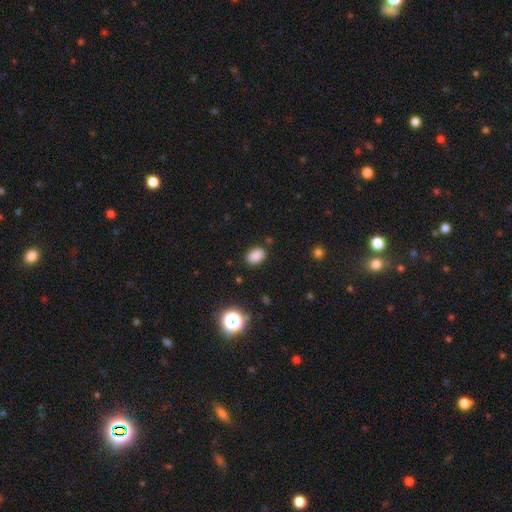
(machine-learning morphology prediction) smooth_or_featured: smooth (p=0.85) [alt: star or artifact p=0.11]
how_rounded: in between (p=0.84) [alt: round p=0.15]
merging: none (p=0.86) [alt: minor disturbance p=0.10]